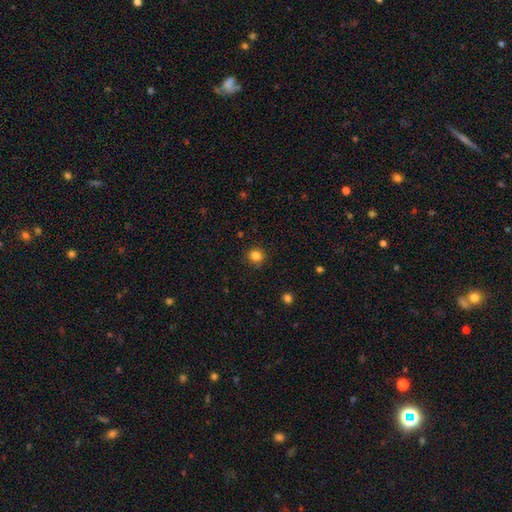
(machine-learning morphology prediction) Smooth or featured: smooth — 84% (star or artifact — 12%)
How rounded: round — 90% (in between — 9%)
Merging: none — 89% (minor disturbance — 8%)